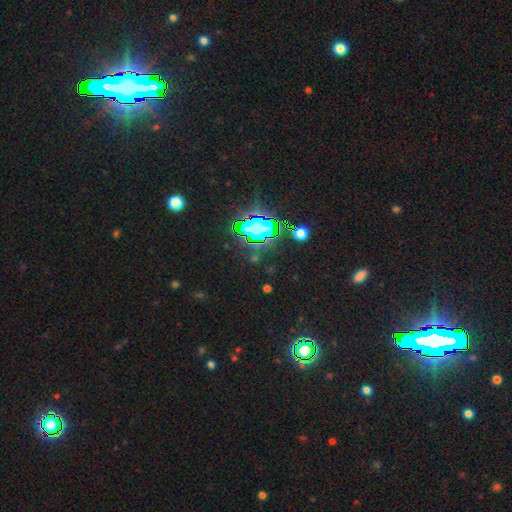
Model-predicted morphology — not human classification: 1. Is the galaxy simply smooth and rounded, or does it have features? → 75% star or artifact, 16% smooth, 8% featured or disk.